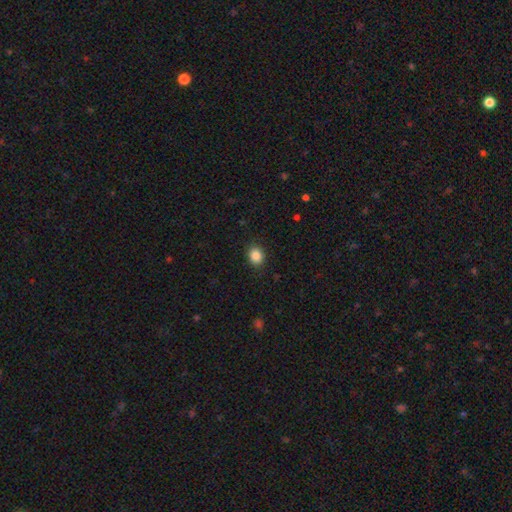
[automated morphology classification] Q: Smooth or featured?
A: smooth (87%); runner-up: star or artifact (9%)
Q: How rounded?
A: round (57%); runner-up: in between (43%)
Q: Merging?
A: none (89%); runner-up: minor disturbance (8%)